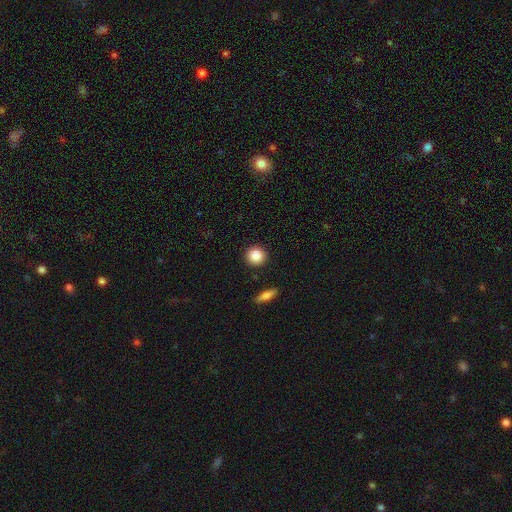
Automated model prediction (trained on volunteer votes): Smooth or featured: smooth — 87% (star or artifact — 8%)
How rounded: round — 93% (in between — 6%)
Merging: none — 91% (minor disturbance — 5%)